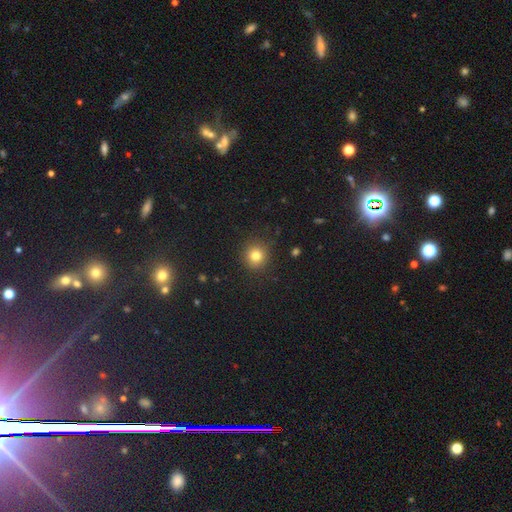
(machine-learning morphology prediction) Overall: smooth (81%). How rounded: round (92%). Merging: none (90%).